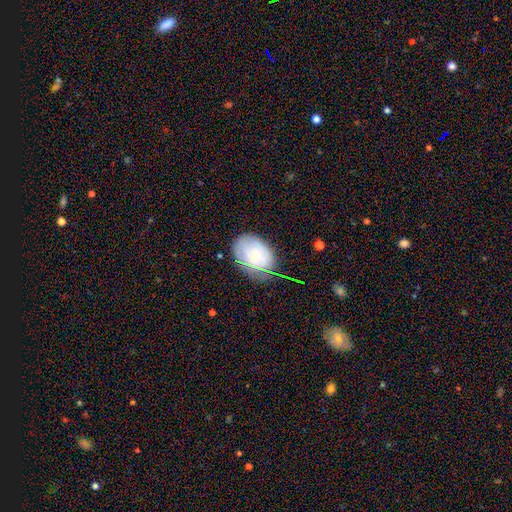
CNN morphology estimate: Smooth or featured: smooth — 50% (featured or disk — 41%)
Merging: none — 62% (minor disturbance — 26%)